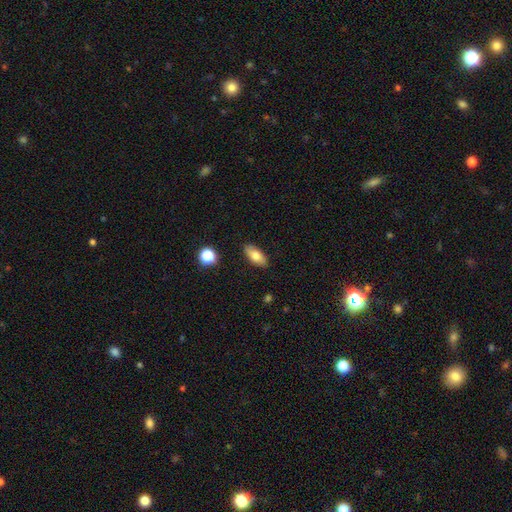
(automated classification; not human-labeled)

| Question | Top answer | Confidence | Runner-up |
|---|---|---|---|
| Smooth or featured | smooth | 75% | featured or disk (17%) |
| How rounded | in between | 87% | cigar-shaped (9%) |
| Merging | none | 88% | minor disturbance (9%) |